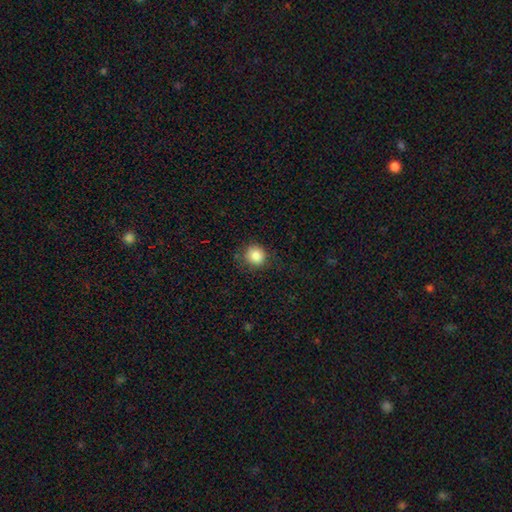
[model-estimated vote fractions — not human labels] A smooth galaxy with no disk features (86%) that is round (90%). Merging: none (80%).